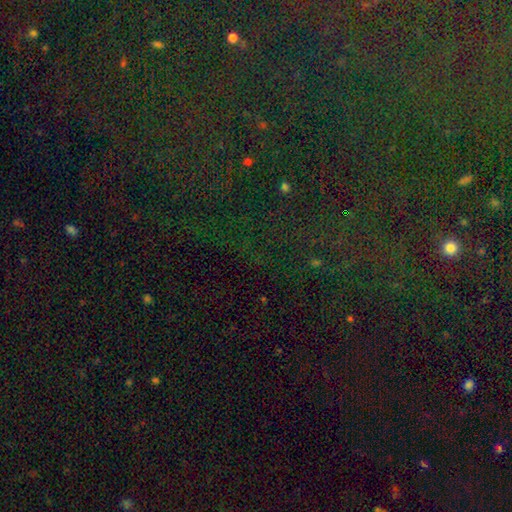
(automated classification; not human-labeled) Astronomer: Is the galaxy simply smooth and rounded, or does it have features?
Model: star or artifact — 82%.